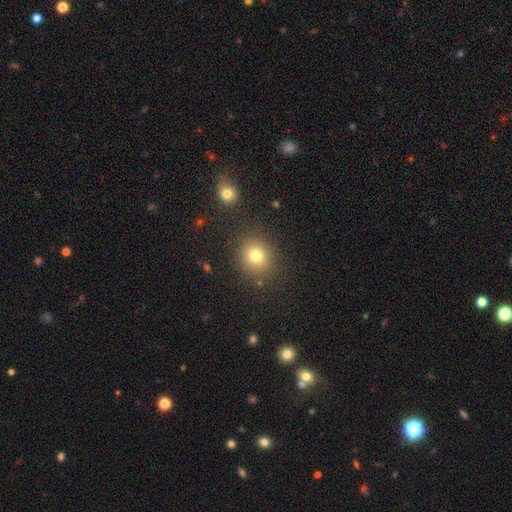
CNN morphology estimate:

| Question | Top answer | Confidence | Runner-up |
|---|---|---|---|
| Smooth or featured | smooth | 77% | star or artifact (15%) |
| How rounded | round | 78% | in between (21%) |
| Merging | none | 85% | minor disturbance (8%) |